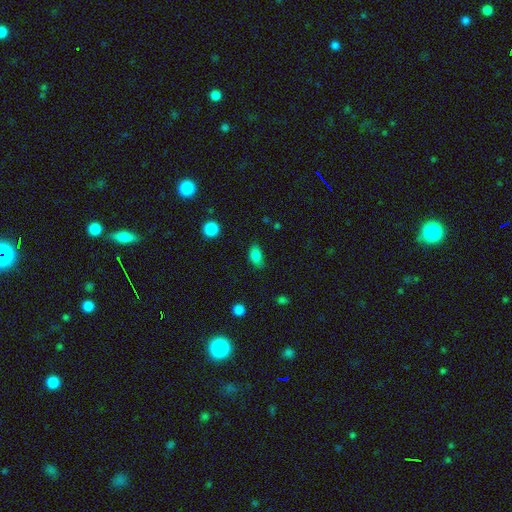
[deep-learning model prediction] smooth 84%, star or artifact 10%, featured or disk 6%. Down the decision tree: how rounded — in between (88%); merging — none (72%).